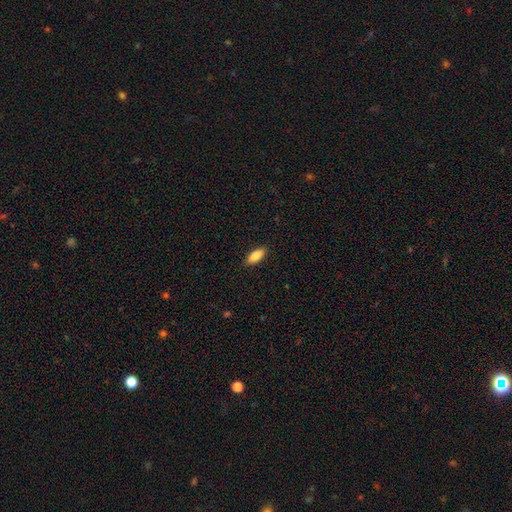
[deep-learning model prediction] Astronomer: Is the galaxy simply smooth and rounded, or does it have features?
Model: smooth — 83%.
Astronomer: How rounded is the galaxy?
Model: in between — 79%.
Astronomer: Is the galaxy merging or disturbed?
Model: none — 89%.